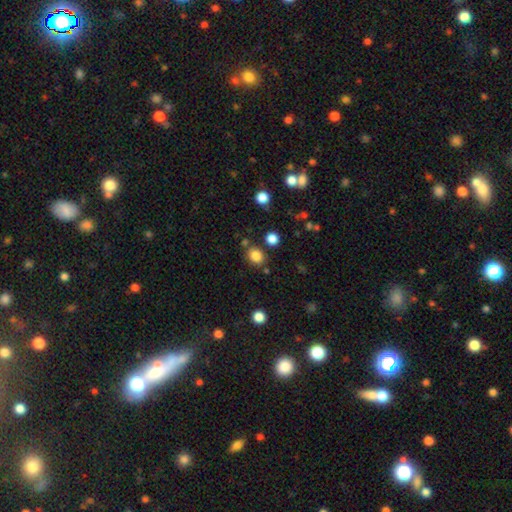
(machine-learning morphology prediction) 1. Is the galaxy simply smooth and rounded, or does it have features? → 83% smooth, 12% star or artifact, 5% featured or disk.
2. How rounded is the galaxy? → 63% round, 36% in between, 1% cigar-shaped.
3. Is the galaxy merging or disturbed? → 79% none, 10% minor disturbance, 7% merger, 4% major disturbance.